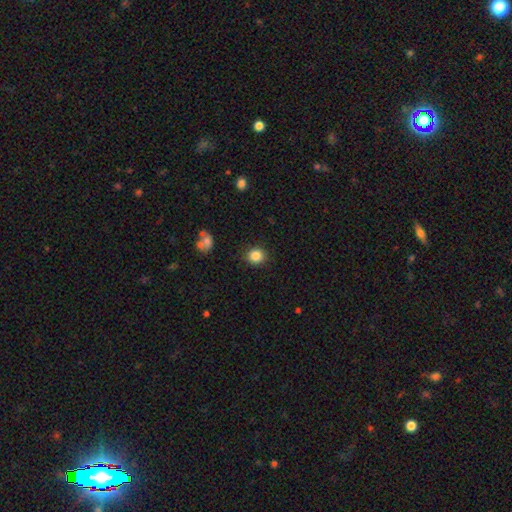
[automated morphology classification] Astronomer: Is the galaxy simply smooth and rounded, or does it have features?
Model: smooth — 85%.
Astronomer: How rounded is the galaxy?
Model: round — 85%.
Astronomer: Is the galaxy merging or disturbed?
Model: none — 89%.